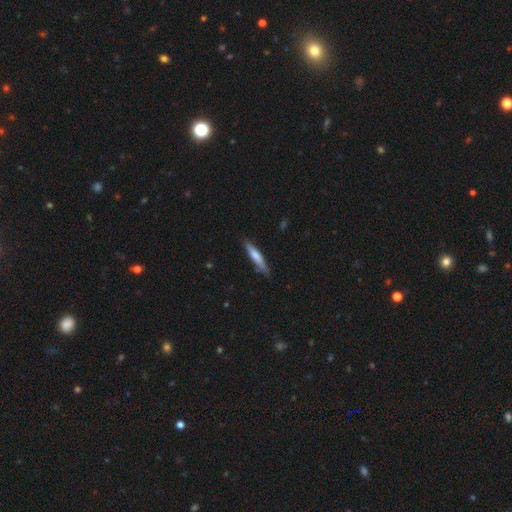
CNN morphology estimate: Smooth or featured: smooth — 61% (featured or disk — 33%)
How rounded: cigar-shaped — 87% (in between — 11%)
Merging: none — 78% (minor disturbance — 18%)